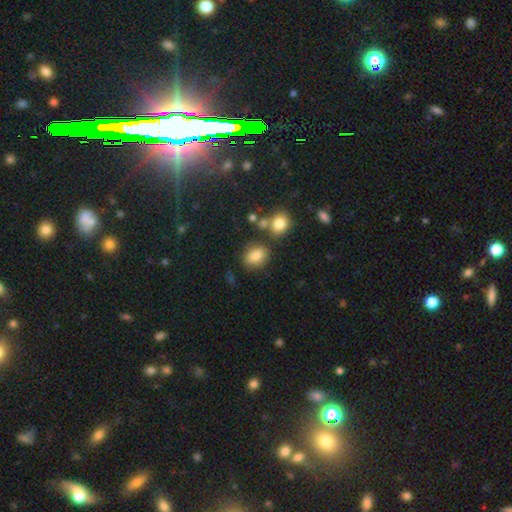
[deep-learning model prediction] smooth-or-featured: smooth: 83% | star or artifact: 10% | featured or disk: 6%
  how-rounded: in between: 56% | round: 42% | cigar-shaped: 1%
  merging: none: 72% | minor disturbance: 14% | merger: 10% | major disturbance: 4%